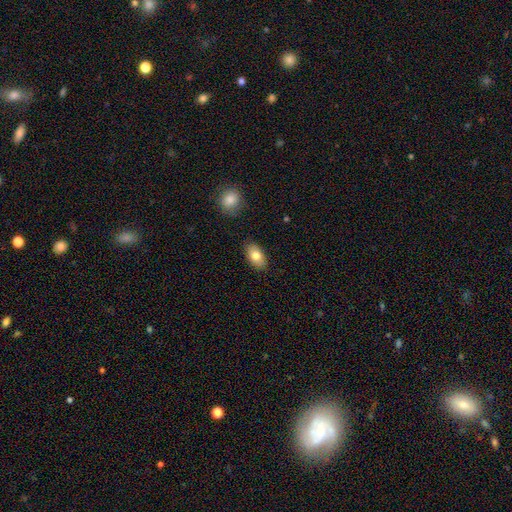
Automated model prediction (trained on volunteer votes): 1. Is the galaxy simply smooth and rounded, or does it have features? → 80% smooth, 13% featured or disk, 7% star or artifact.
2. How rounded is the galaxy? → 92% in between, 6% round, 2% cigar-shaped.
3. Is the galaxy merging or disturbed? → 87% none, 10% minor disturbance, 2% major disturbance, 2% merger.